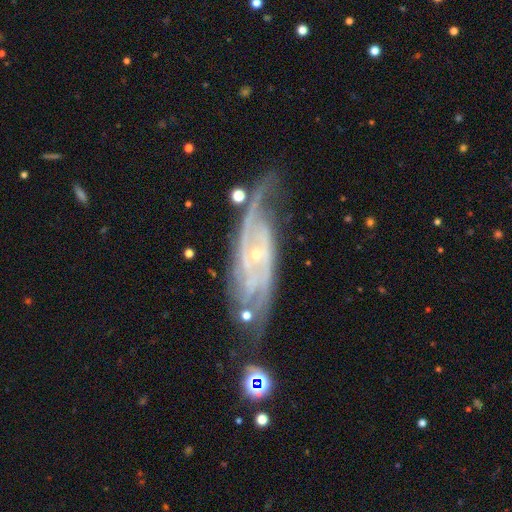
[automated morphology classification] featured or disk 89%, star or artifact 6%, smooth 4%. Down the decision tree: edge-on disk — no (90%); bar — no (60%); spiral arms — yes (97%); spiral arm count — 2 (38%); spiral winding — tight (50%); bulge size — small (82%); merging — none (63%).